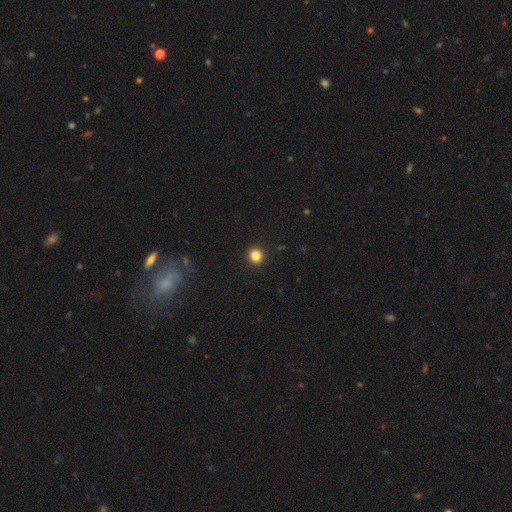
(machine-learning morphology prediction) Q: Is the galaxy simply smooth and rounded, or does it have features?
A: smooth — 85%.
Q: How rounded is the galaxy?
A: round — 84%.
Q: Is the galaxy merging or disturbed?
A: none — 93%.